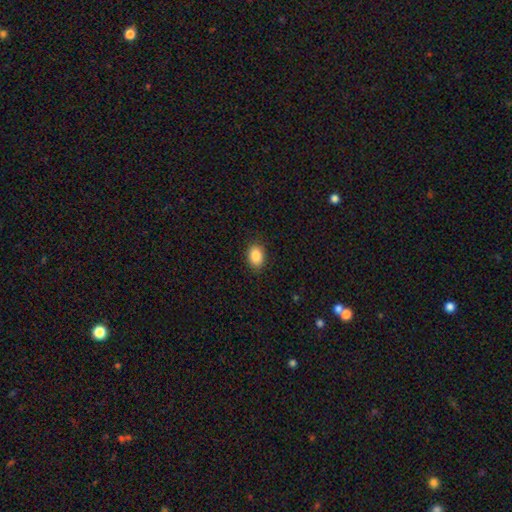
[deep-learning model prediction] This appears to be a smooth galaxy with no disk features (88%) that is in between round and cigar-shaped (73%). Merging: none (88%).